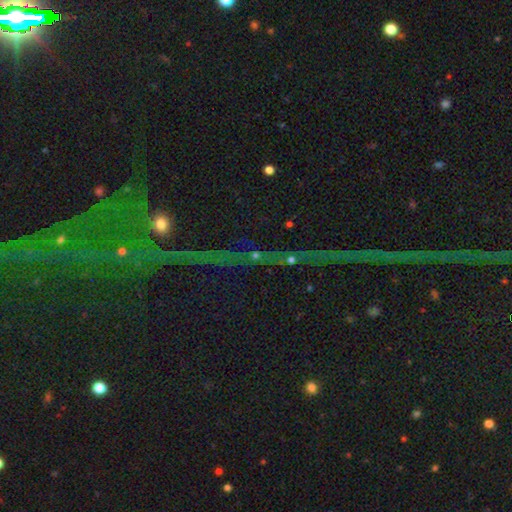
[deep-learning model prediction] star or artifact 67%, featured or disk 19%, smooth 14%.